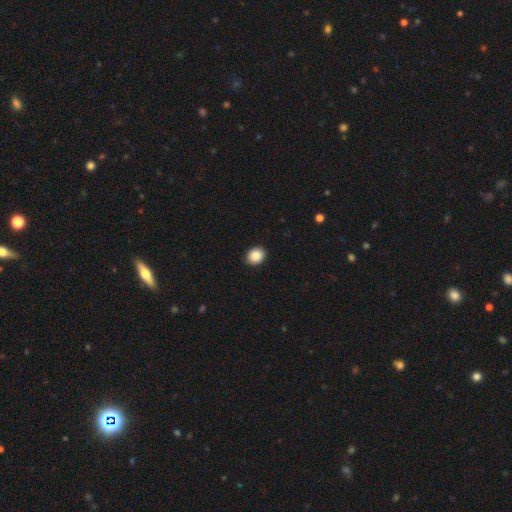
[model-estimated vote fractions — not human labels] The model was most divided on "how rounded": round: 59%, in between: 40%, cigar-shaped: 1%. More confident: merging — none (90%); smooth or featured — smooth (89%).